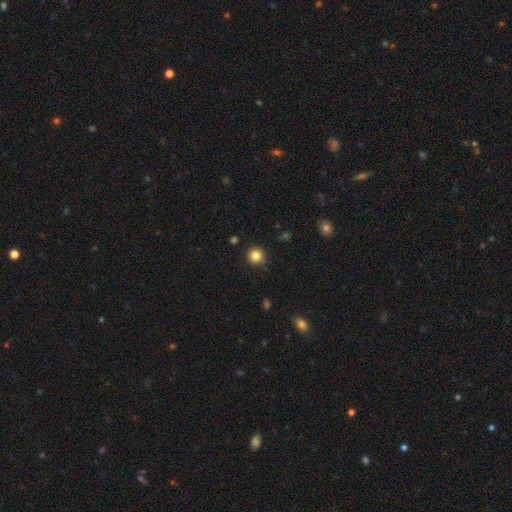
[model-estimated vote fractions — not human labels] The model was most divided on "smooth or featured": smooth: 84%, star or artifact: 12%, featured or disk: 5%. More confident: how rounded — round (95%); merging — none (89%).